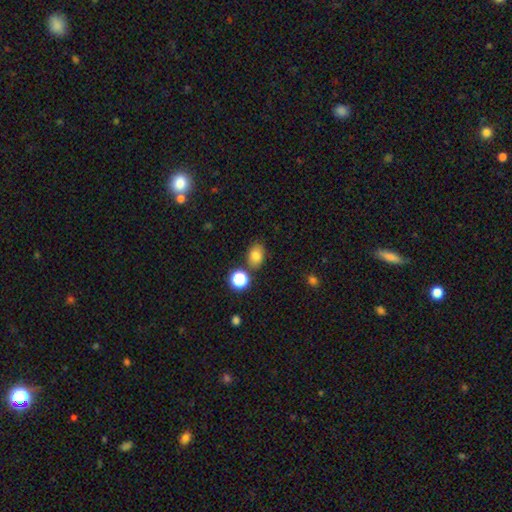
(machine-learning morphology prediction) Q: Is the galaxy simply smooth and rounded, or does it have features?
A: smooth — 79%.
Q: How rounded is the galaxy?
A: in between — 66%.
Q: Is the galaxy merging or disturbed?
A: none — 77%.